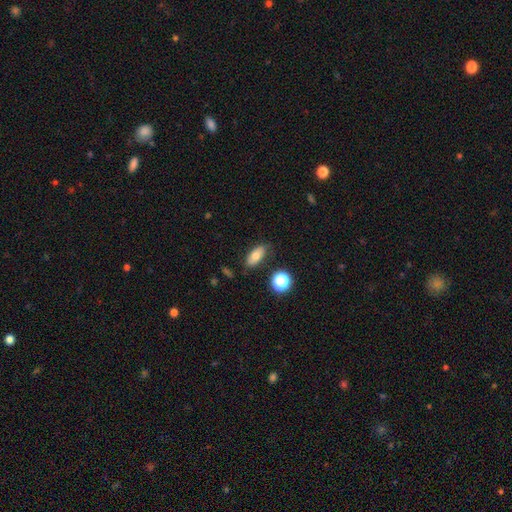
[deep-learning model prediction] Smooth or featured? Predicted: smooth (p=0.74). How rounded? Predicted: in between (p=0.82). Merging? Predicted: none (p=0.80).